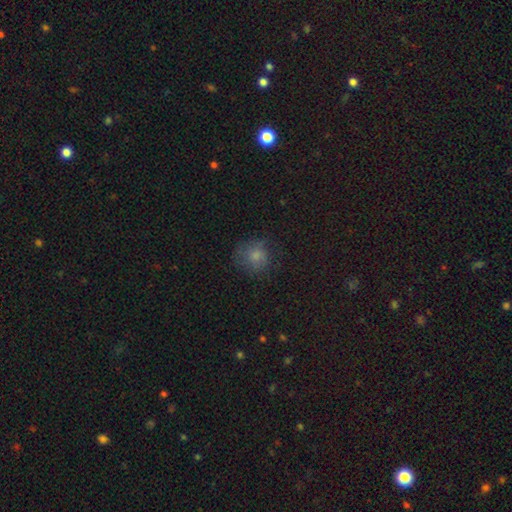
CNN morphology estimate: A smooth galaxy with no disk features (75%) that is round (83%).

Vote fractions:
- Smooth or featured? smooth: 75% / featured or disk: 13% / star or artifact: 12%
- How rounded? round: 83% / in between: 16% / cigar-shaped: 1%
- Merging? none: 66% / minor disturbance: 21% / major disturbance: 12% / merger: 1%